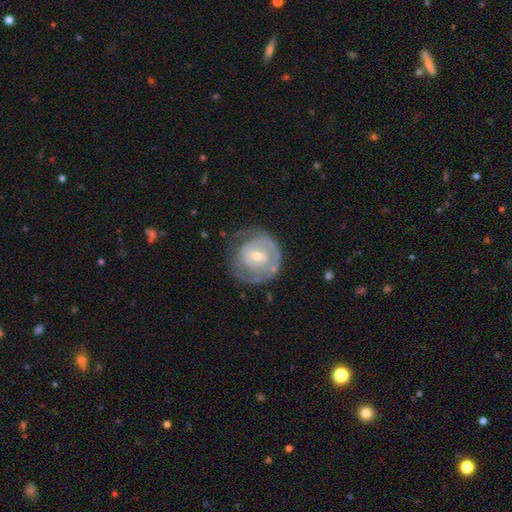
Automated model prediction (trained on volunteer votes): Smooth or featured?
  - featured or disk: 71% *
  - smooth: 23%
  - star or artifact: 6%
Edge-on disk?
  - no: 97% *
  - yes: 3%
Bar?
  - no: 51% *
  - weak: 38%
  - strong: 11%
Spiral arms?
  - yes: 67% *
  - no: 33%
Bulge size?
  - small: 59% *
  - moderate: 36%
  - large: 2%
  - none: 2%
  - dominant: 1%
Merging?
  - none: 62% *
  - minor disturbance: 22%
  - major disturbance: 14%
  - merger: 2%